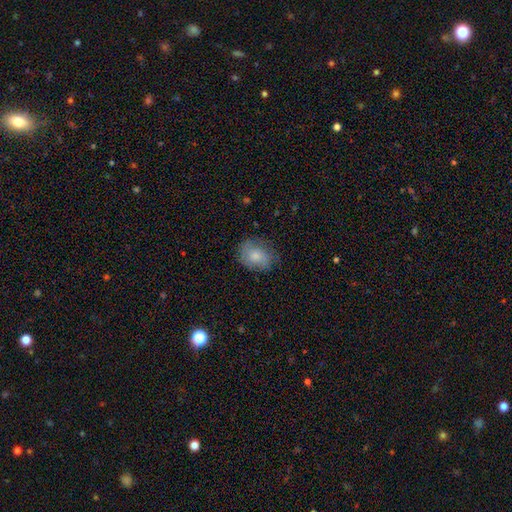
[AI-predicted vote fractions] smooth 71%, featured or disk 22%, star or artifact 8%. Down the decision tree: how rounded — round (50%); merging — none (71%).